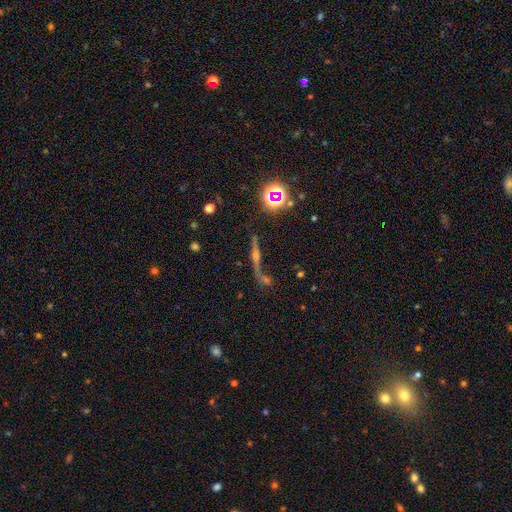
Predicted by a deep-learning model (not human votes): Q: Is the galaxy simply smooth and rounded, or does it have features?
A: featured or disk — 67%.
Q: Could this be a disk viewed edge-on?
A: yes — 74%.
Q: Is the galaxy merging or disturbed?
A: none — 49%.